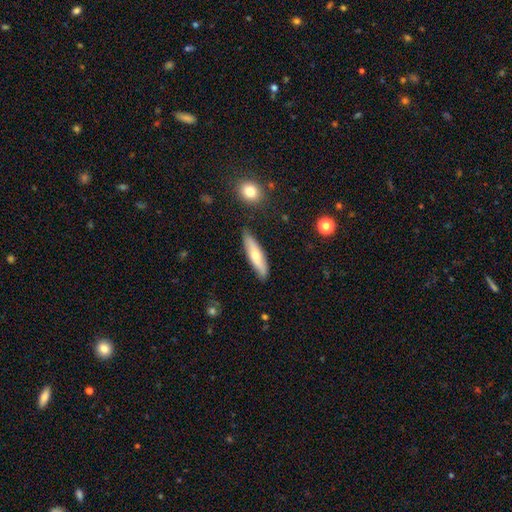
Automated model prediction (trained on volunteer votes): smooth_or_featured: smooth (p=0.59) [alt: featured or disk p=0.35]
how_rounded: cigar-shaped (p=0.73) [alt: in between p=0.25]
merging: none (p=0.82) [alt: minor disturbance p=0.14]